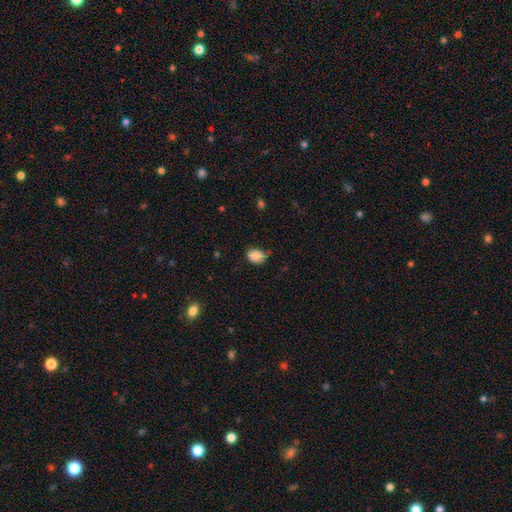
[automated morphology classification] Overall: smooth (85%). How rounded: in between (60%; round 39%). Merging: none (63%; minor disturbance 30%).